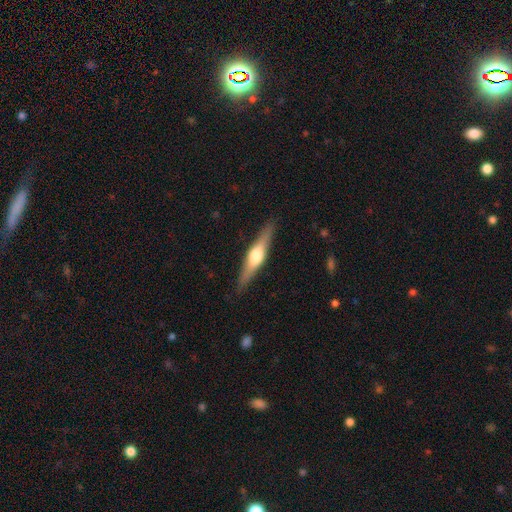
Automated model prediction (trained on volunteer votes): Smooth or featured? featured or disk (65%)
Edge-on disk? yes (96%)
Edge-on bulge? rounded (91%)
Merging? none (89%)